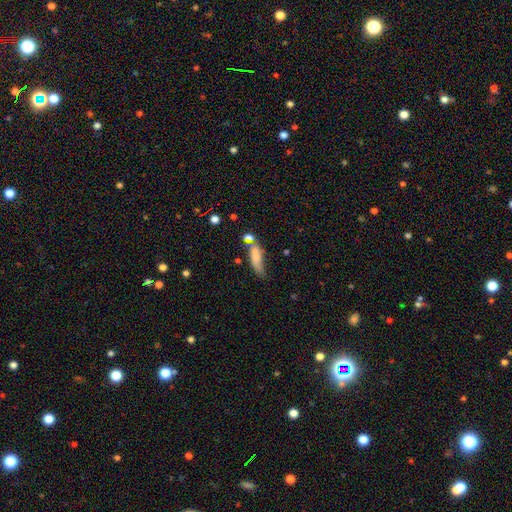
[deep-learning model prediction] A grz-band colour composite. It shows a smooth galaxy with no disk features (65%) that is cigar-shaped (51%). Merging: none (40%).